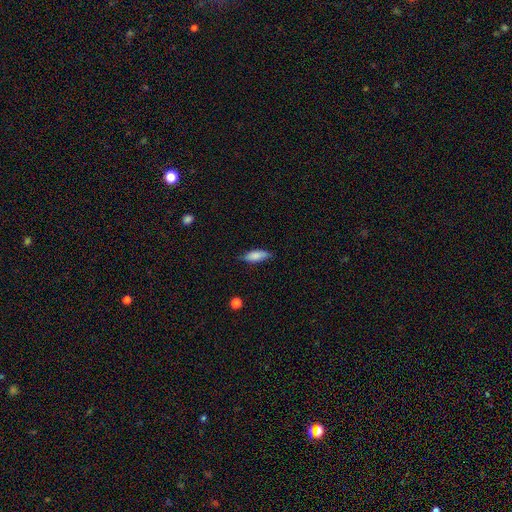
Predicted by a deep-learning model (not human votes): smooth-or-featured: smooth: 81% | featured or disk: 12% | star or artifact: 7%
  how-rounded: in between: 67% | cigar-shaped: 31% | round: 2%
  merging: none: 74% | minor disturbance: 21% | major disturbance: 4% | merger: 1%